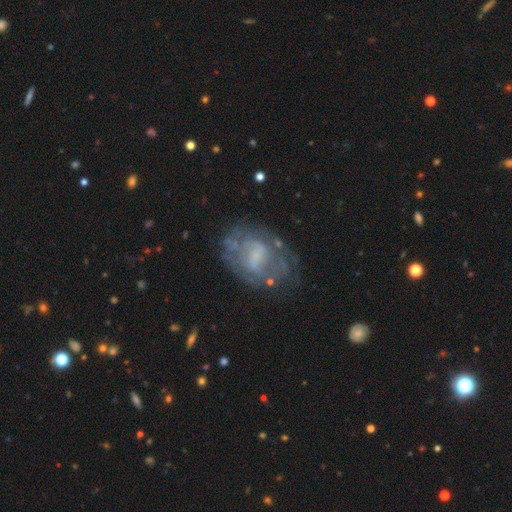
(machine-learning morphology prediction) Smooth or featured?
  - featured or disk: 64% *
  - smooth: 26%
  - star or artifact: 10%
Edge-on disk?
  - no: 97% *
  - yes: 3%
Bar?
  - no: 50% *
  - weak: 39%
  - strong: 11%
Spiral arms?
  - no: 52% *
  - yes: 48%
Bulge size?
  - none: 41% *
  - small: 28%
  - moderate: 24%
  - large: 6%
  - dominant: 1%
Merging?
  - none: 56% *
  - minor disturbance: 22%
  - major disturbance: 19%
  - merger: 4%